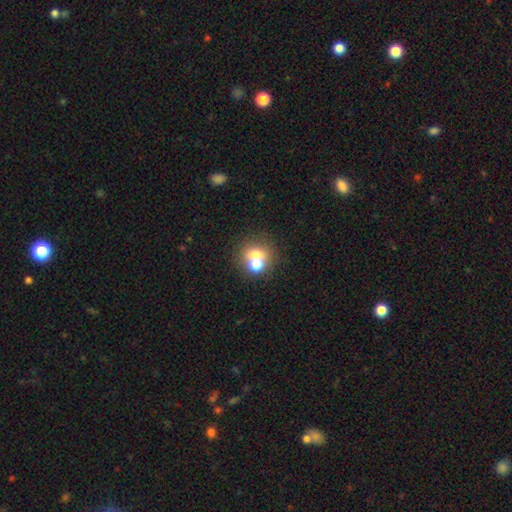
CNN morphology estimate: This is likely a smooth galaxy (66%). How rounded: likely round (78%). Merging: possibly merger (51%).